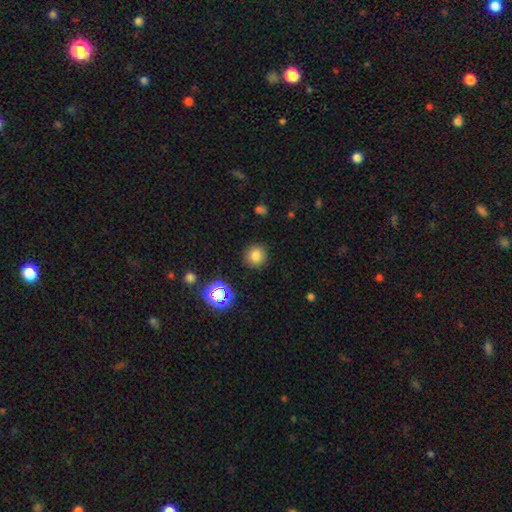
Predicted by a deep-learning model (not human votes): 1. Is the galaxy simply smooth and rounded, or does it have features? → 78% smooth, 16% star or artifact, 6% featured or disk.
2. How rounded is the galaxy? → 93% round, 6% in between, 1% cigar-shaped.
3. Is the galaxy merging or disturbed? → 90% none, 7% minor disturbance, 2% major disturbance, 1% merger.